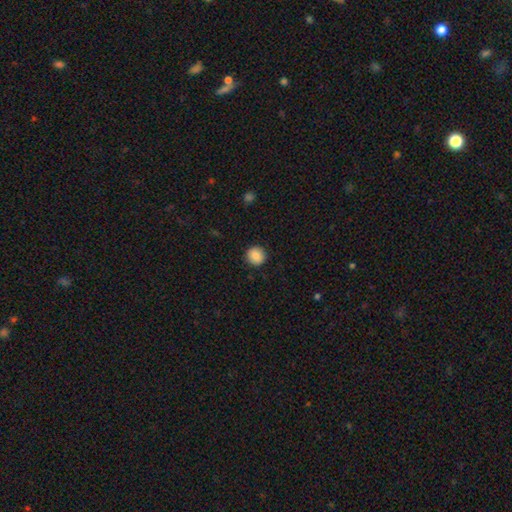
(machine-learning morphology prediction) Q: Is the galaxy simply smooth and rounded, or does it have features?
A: smooth — 87%.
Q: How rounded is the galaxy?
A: round — 93%.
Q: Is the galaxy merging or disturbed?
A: none — 91%.